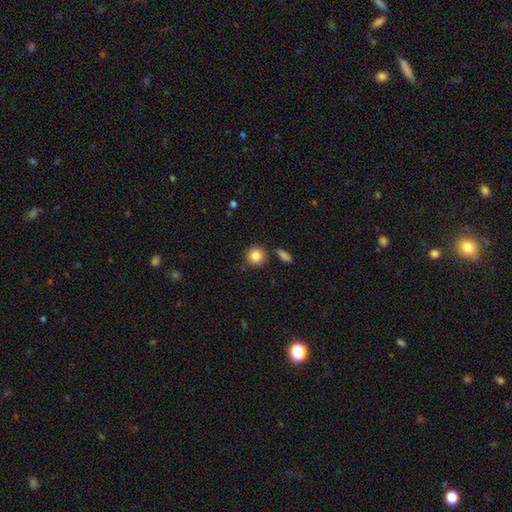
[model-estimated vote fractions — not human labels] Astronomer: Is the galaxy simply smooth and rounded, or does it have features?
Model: smooth — 86%.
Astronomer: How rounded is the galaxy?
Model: round — 90%.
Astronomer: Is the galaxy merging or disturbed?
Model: none — 83%.